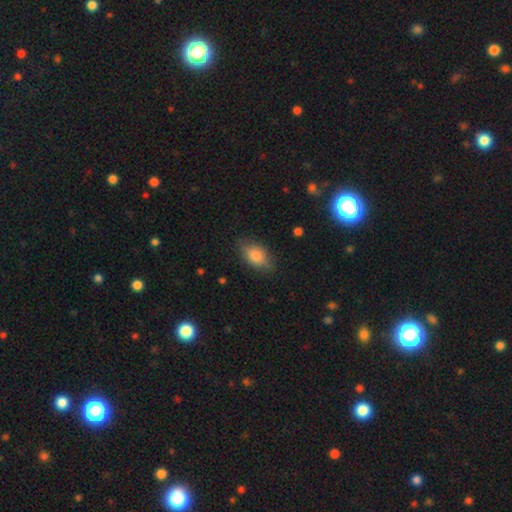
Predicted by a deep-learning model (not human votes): Smooth or featured?
  - smooth: 79% *
  - featured or disk: 13%
  - star or artifact: 7%
How rounded?
  - in between: 89% *
  - round: 6%
  - cigar-shaped: 6%
Merging?
  - none: 77% *
  - minor disturbance: 18%
  - major disturbance: 4%
  - merger: 1%